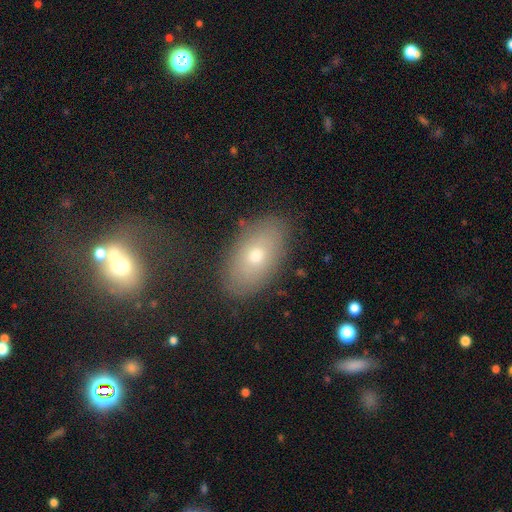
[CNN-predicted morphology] smooth 65%, featured or disk 25%, star or artifact 10%. Down the decision tree: how rounded — in between (91%); merging — none (84%).